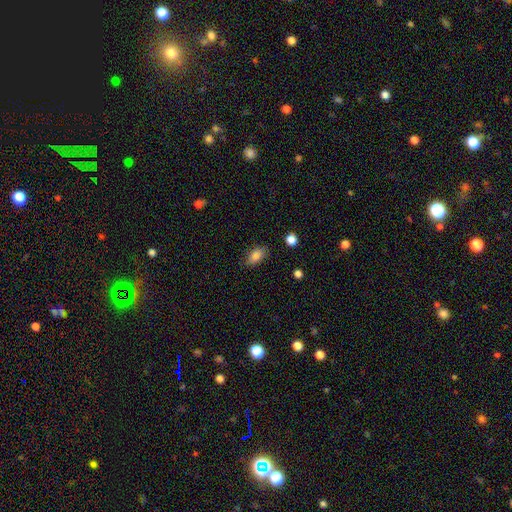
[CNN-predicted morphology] Smooth or featured: smooth — 83% (featured or disk — 8%)
How rounded: in between — 88% (round — 7%)
Merging: none — 80% (minor disturbance — 16%)